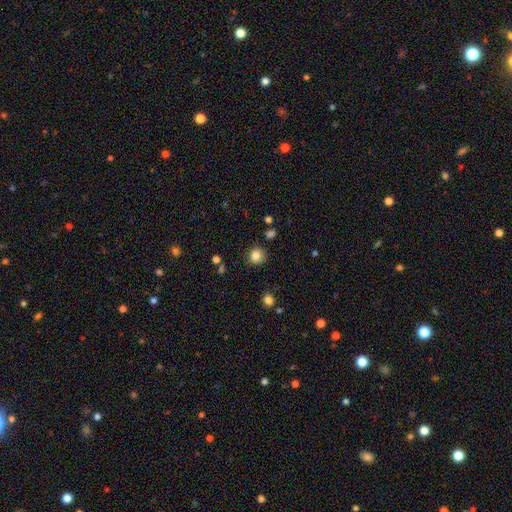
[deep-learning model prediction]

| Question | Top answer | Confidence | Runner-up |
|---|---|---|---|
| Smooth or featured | smooth | 84% | star or artifact (11%) |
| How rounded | round | 91% | in between (8%) |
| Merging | none | 87% | minor disturbance (8%) |